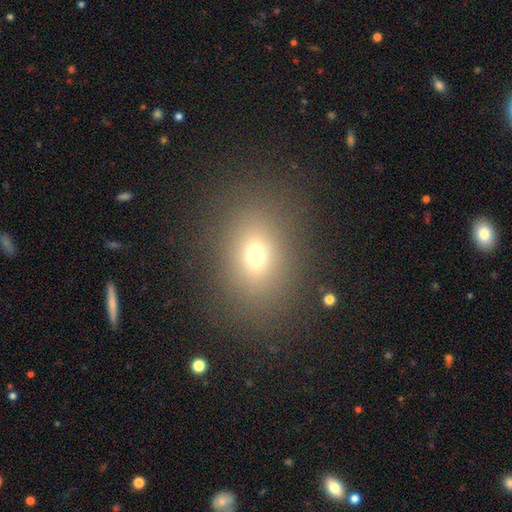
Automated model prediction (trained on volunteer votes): This appears to be a smooth galaxy with no disk features (67%) that is in between round and cigar-shaped (64%). Merging: none (85%).